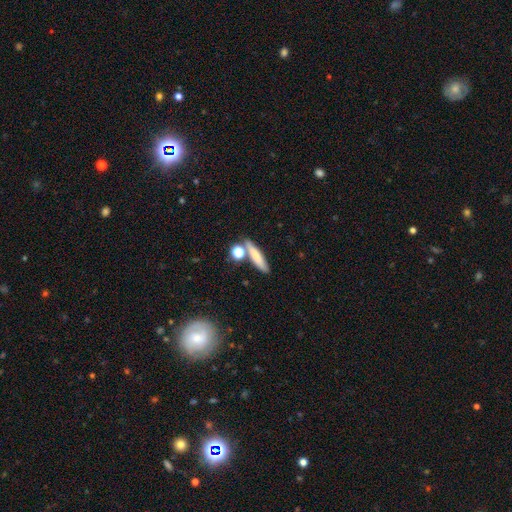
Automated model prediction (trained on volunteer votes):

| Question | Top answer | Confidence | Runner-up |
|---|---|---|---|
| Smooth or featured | smooth | 72% | featured or disk (19%) |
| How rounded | cigar-shaped | 68% | in between (22%) |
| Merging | none | 67% | merger (16%) |